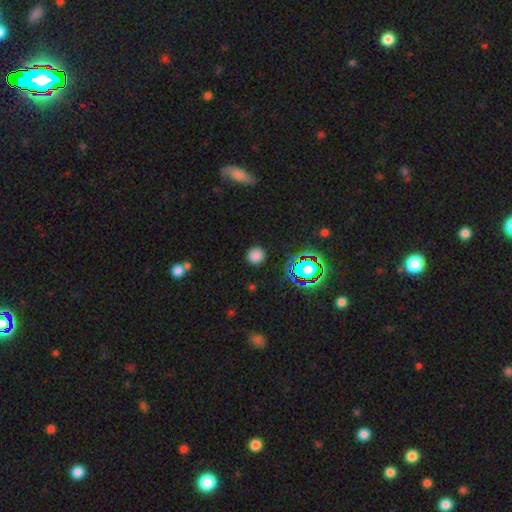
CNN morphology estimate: A smooth galaxy with no disk features (76%) that is round (92%).

Vote fractions:
- Smooth or featured? smooth: 76% / star or artifact: 18% / featured or disk: 5%
- How rounded? round: 92% / in between: 6% / cigar-shaped: 1%
- Merging? none: 89% / minor disturbance: 7% / major disturbance: 3% / merger: 2%